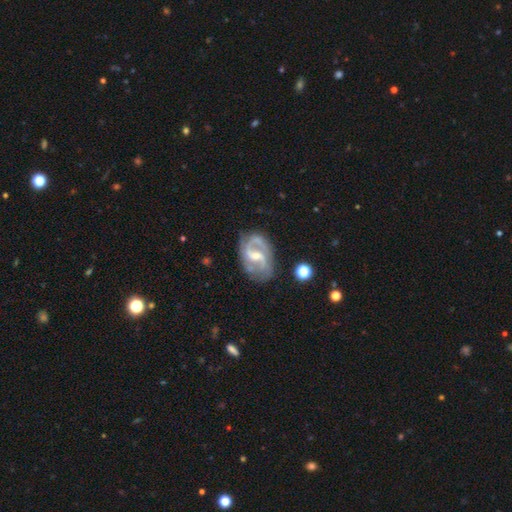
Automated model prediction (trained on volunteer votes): Smooth or featured? featured or disk (89%)
Edge-on disk? no (97%)
Bar? weak (54%)
Spiral arms? yes (97%)
Spiral winding? medium (56%)
Spiral arm count? 2 (82%)
Bulge size? small (50%)
Merging? none (70%)